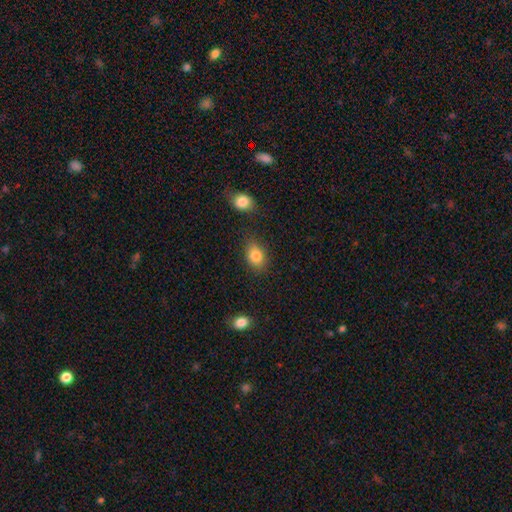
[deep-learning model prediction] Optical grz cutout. It shows a smooth galaxy with no disk features (83%) that is in between round and cigar-shaped (74%). Merging: none (79%).